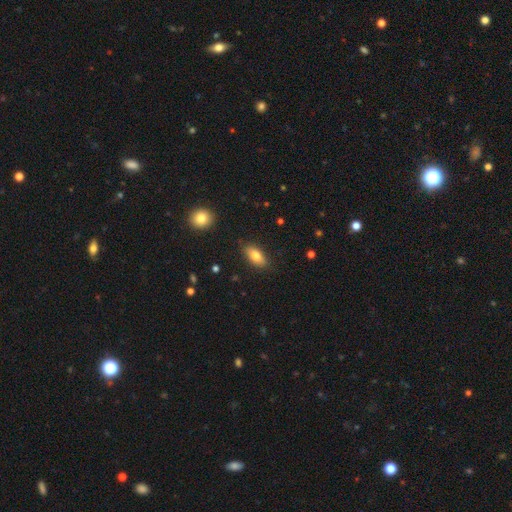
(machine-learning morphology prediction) Smooth or featured? Predicted: smooth (p=0.79). How rounded? Predicted: in between (p=0.87). Merging? Predicted: none (p=0.83).